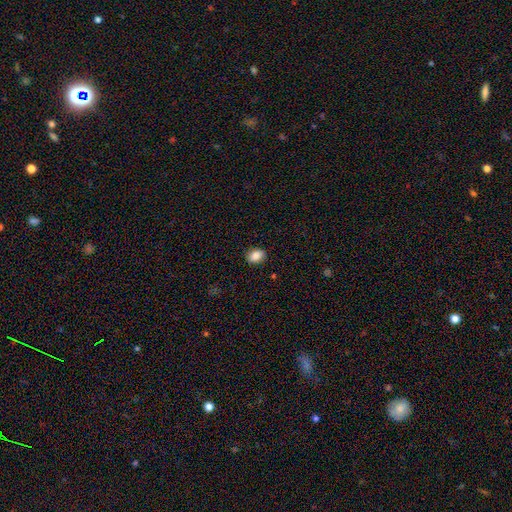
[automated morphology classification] A smooth galaxy with no disk features (85%) that is in between round and cigar-shaped (68%). Merging: none (88%).